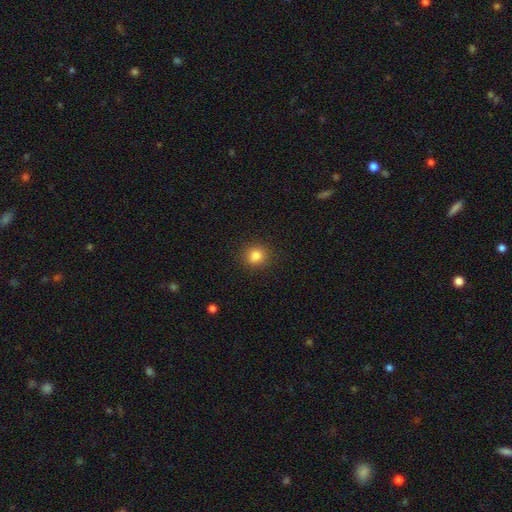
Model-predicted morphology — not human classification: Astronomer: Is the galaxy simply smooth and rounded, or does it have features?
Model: smooth — 84%.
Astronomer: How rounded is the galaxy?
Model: round — 87%.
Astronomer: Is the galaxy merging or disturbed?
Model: none — 90%.